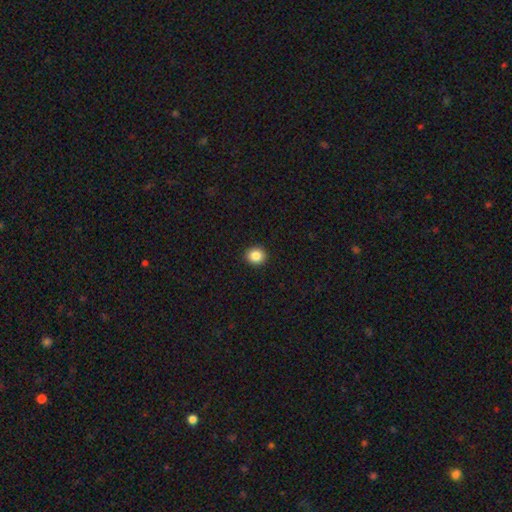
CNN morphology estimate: type=smooth (86%); roundness=round (85%); merging=none (93%).